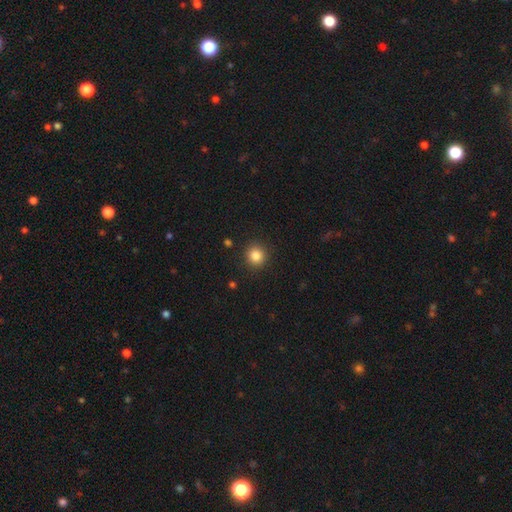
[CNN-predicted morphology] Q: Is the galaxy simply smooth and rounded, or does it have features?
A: smooth — 85%.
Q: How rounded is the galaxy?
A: round — 91%.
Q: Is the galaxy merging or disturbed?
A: none — 90%.